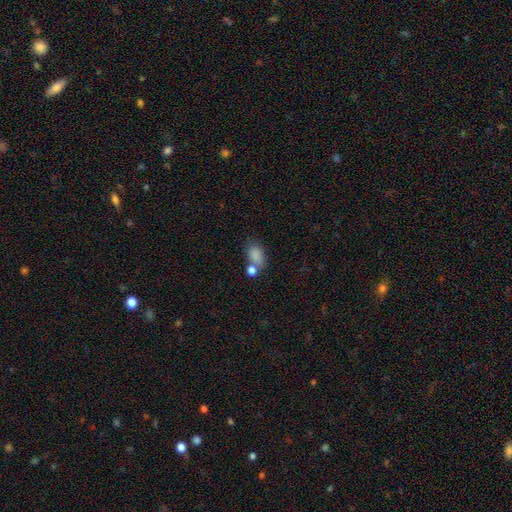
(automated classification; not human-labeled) A smooth galaxy with no disk features (83%) that is in between round and cigar-shaped (82%). Merging: none (49%).